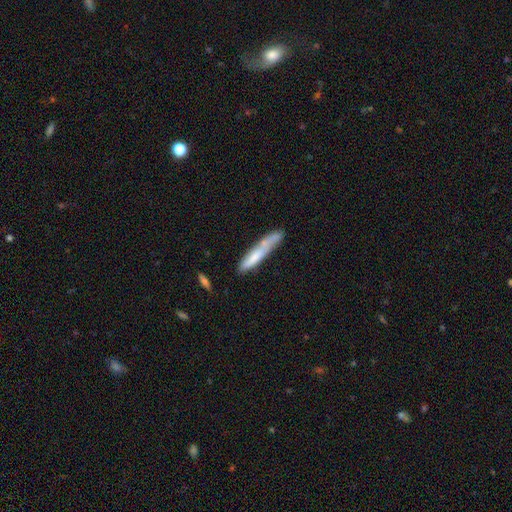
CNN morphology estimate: smooth-or-featured: smooth: 66% | featured or disk: 28% | star or artifact: 6%
  how-rounded: cigar-shaped: 90% | in between: 8% | round: 1%
  merging: none: 54% | minor disturbance: 25% | merger: 13% | major disturbance: 8%